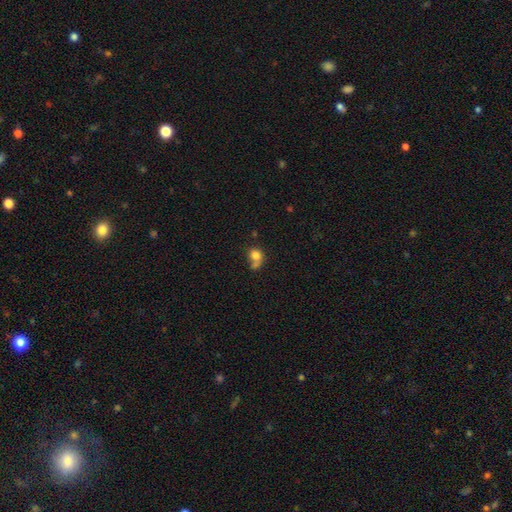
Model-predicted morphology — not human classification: This is likely a smooth galaxy (76%). How rounded: likely round (69%). Merging: marginally merger (40%).